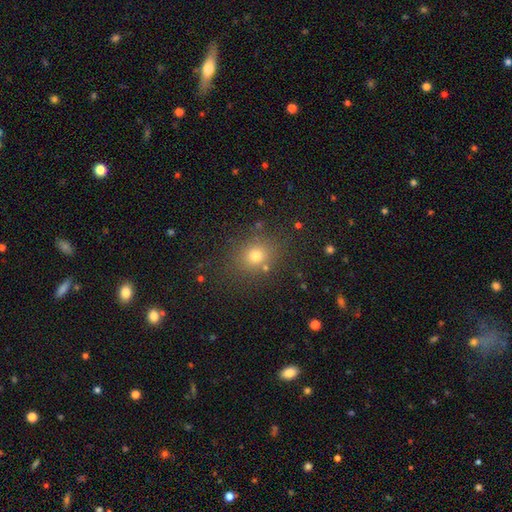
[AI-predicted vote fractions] A smooth galaxy with no disk features (74%) that is round (66%).

Vote fractions:
- Smooth or featured? smooth: 74% / star or artifact: 18% / featured or disk: 9%
- How rounded? round: 66% / in between: 33% / cigar-shaped: 1%
- Merging? none: 82% / minor disturbance: 10% / major disturbance: 4% / merger: 4%